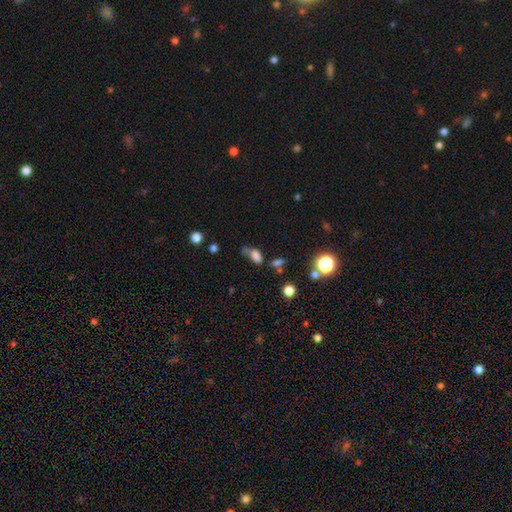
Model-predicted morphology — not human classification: Smooth or featured? Predicted: smooth (p=0.72). How rounded? Predicted: in between (p=0.84). Merging? Predicted: none (p=0.40).